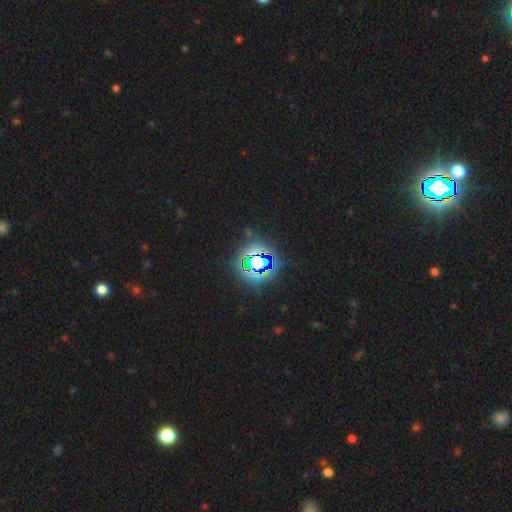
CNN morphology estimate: Smooth or featured? star or artifact (79%)